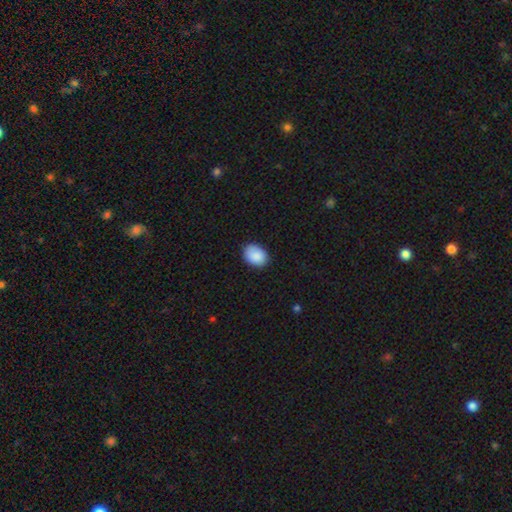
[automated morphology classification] smooth-or-featured: smooth: 89% | star or artifact: 7% | featured or disk: 4%
  how-rounded: in between: 69% | round: 30% | cigar-shaped: 1%
  merging: none: 83% | minor disturbance: 13% | major disturbance: 2% | merger: 1%